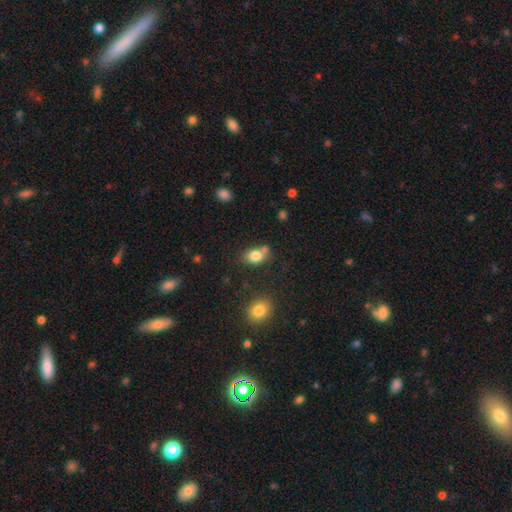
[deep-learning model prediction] smooth-or-featured: smooth: 81% | star or artifact: 10% | featured or disk: 9%
  how-rounded: in between: 72% | round: 27% | cigar-shaped: 1%
  merging: none: 56% | merger: 24% | minor disturbance: 15% | major disturbance: 5%